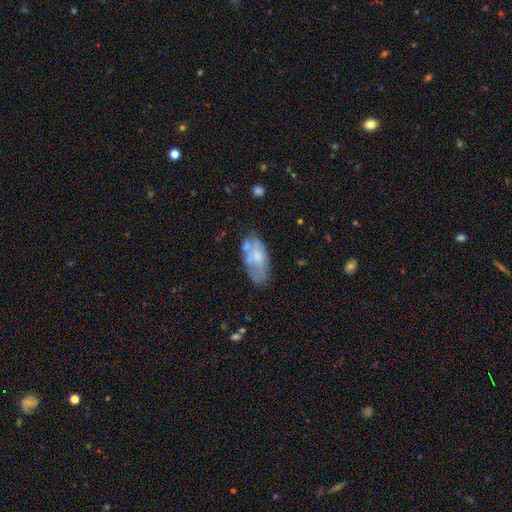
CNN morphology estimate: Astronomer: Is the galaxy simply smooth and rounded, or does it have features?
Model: smooth — 53% (runner-up: featured or disk, 40%).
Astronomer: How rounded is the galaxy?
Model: in between — 92%.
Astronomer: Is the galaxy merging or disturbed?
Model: none — 50% (runner-up: minor disturbance, 28%).